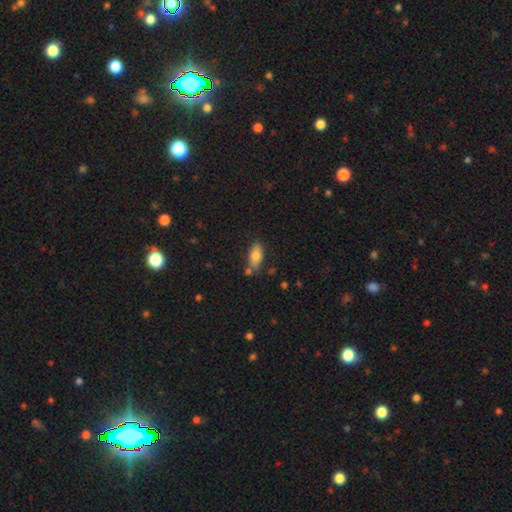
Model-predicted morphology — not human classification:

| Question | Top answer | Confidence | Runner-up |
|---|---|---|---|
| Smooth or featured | smooth | 76% | featured or disk (17%) |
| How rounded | in between | 82% | cigar-shaped (15%) |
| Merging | none | 73% | minor disturbance (15%) |